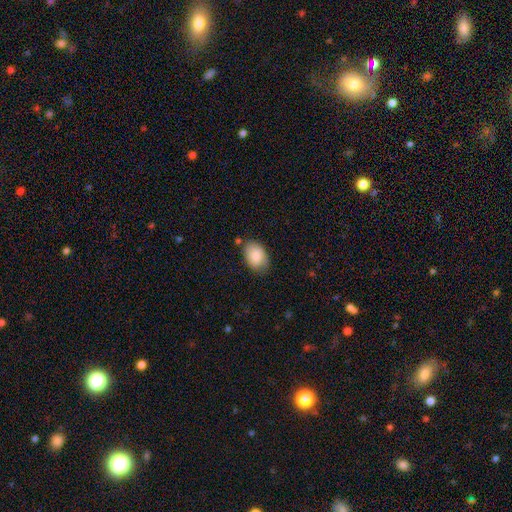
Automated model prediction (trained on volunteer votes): A smooth galaxy with no disk features (85%) that is in between round and cigar-shaped (85%).

Vote fractions:
- Smooth or featured? smooth: 85% / featured or disk: 9% / star or artifact: 7%
- How rounded? in between: 85% / round: 14% / cigar-shaped: 1%
- Merging? none: 73% / minor disturbance: 20% / major disturbance: 4% / merger: 3%